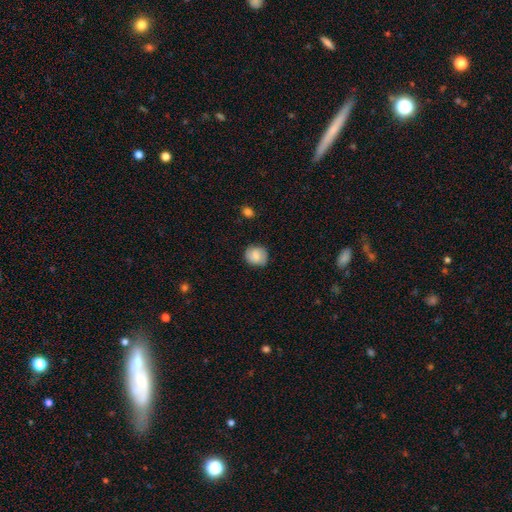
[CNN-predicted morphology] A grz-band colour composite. It shows a smooth galaxy with no disk features (77%) that is round (80%). Merging: none (82%).